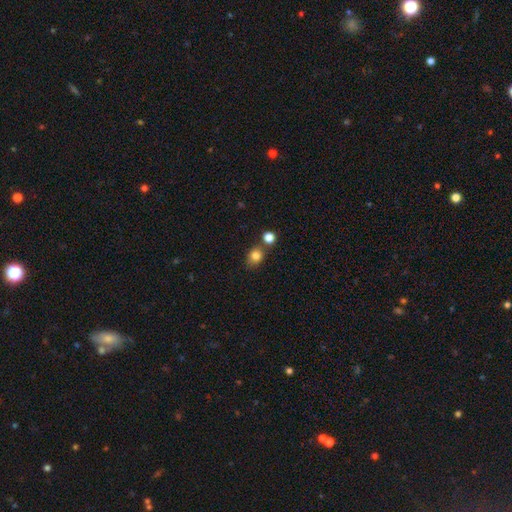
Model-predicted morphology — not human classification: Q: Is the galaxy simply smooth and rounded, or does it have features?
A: smooth — 81%.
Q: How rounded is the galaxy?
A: round — 57%.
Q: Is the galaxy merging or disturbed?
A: none — 64%.